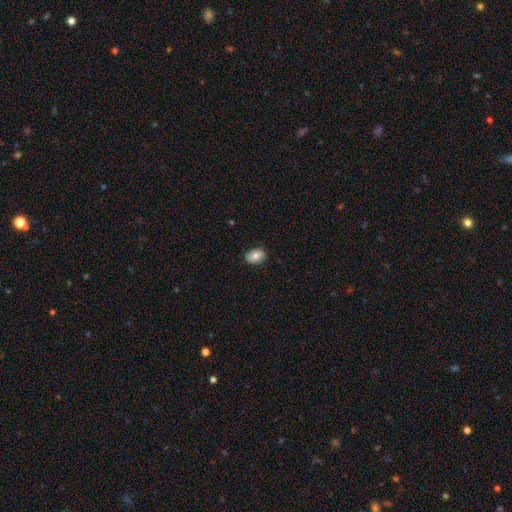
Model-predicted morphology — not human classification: This is likely a smooth galaxy (79%). How rounded: likely in between (72%). Merging: clearly none (86%).